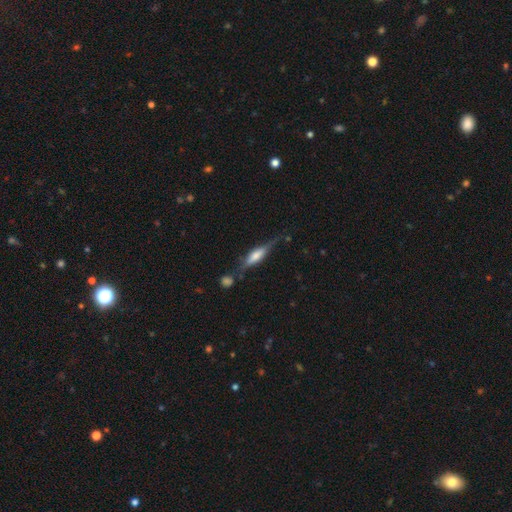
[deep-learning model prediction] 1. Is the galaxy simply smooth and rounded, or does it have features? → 53% featured or disk, 40% smooth, 7% star or artifact.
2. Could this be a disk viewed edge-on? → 91% yes, 9% no.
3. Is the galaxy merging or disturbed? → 65% none, 19% minor disturbance, 8% merger, 7% major disturbance.